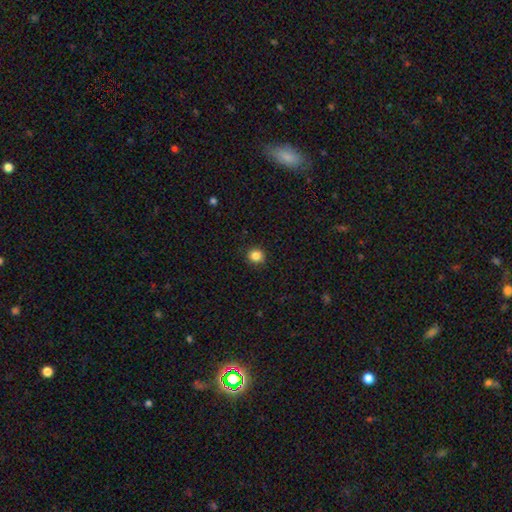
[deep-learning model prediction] Smooth or featured? smooth (85%)
How rounded? round (91%)
Merging? none (91%)